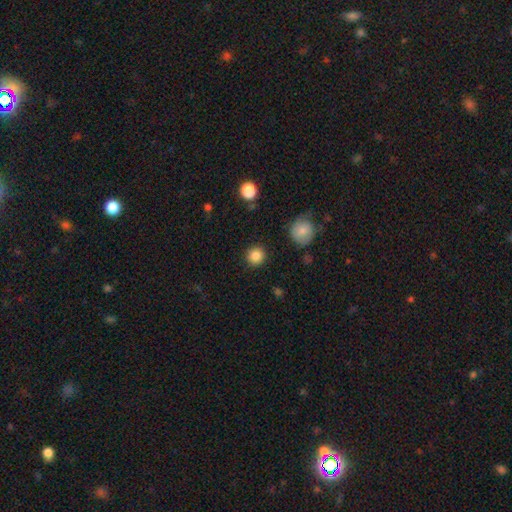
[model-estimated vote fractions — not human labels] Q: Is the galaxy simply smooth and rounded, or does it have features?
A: smooth — 86%.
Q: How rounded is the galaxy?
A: round — 93%.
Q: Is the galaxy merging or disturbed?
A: none — 90%.